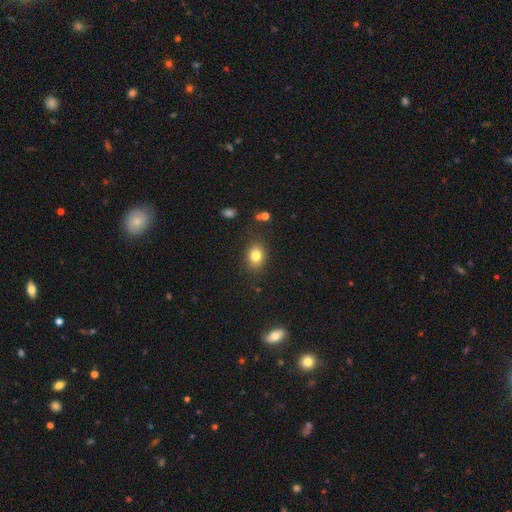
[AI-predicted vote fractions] A smooth galaxy with no disk features (81%) that is in between round and cigar-shaped (58%). Merging: none (82%).